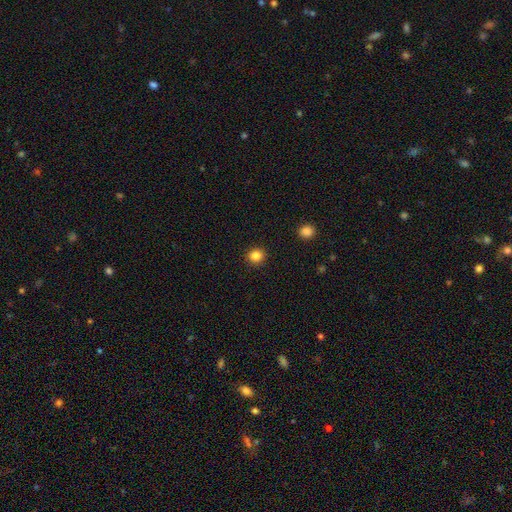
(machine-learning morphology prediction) smooth-or-featured: smooth: 84% | star or artifact: 12% | featured or disk: 4%
  how-rounded: round: 87% | in between: 12% | cigar-shaped: 1%
  merging: none: 92% | minor disturbance: 5% | major disturbance: 2% | merger: 1%